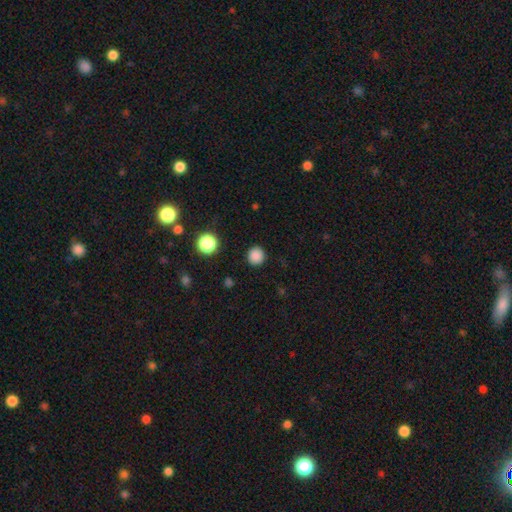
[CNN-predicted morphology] This appears to be a smooth galaxy with no disk features (86%) that is round (95%). Merging: none (91%).